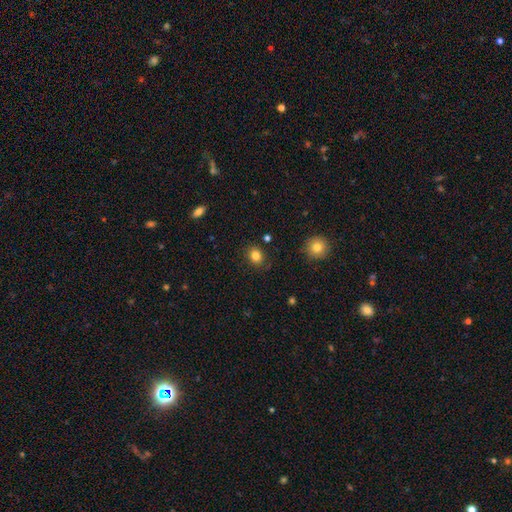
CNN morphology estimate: smooth-or-featured: smooth: 82% | star or artifact: 11% | featured or disk: 7%
  how-rounded: round: 66% | in between: 34% | cigar-shaped: 1%
  merging: none: 84% | minor disturbance: 11% | major disturbance: 3% | merger: 2%